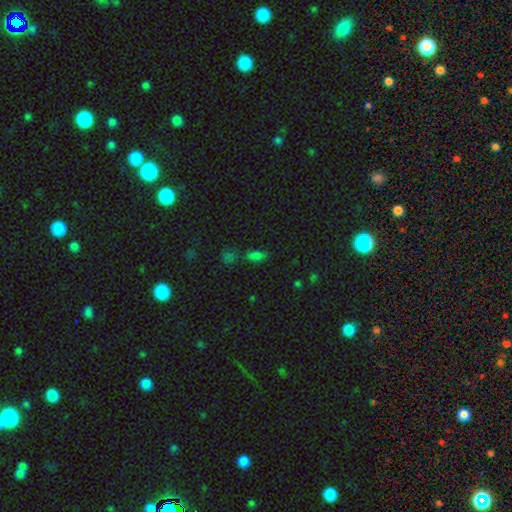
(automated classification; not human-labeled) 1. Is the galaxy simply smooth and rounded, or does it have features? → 64% smooth, 29% star or artifact, 7% featured or disk.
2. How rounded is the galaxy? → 83% in between, 9% cigar-shaped, 8% round.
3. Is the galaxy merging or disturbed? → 57% none, 20% merger, 16% minor disturbance, 7% major disturbance.